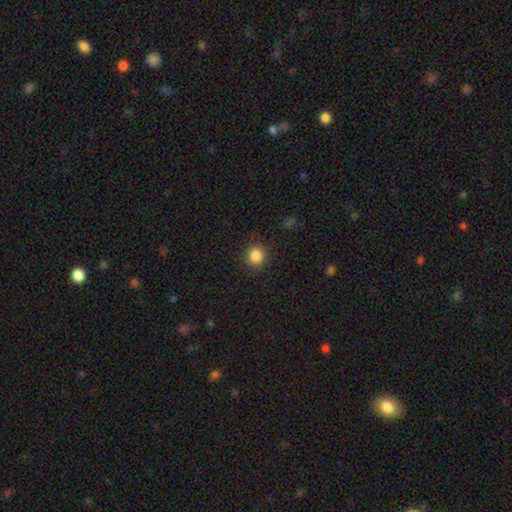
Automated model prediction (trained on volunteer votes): Morphology: type=smooth (85%); roundness=round (90%); merging=none (90%).